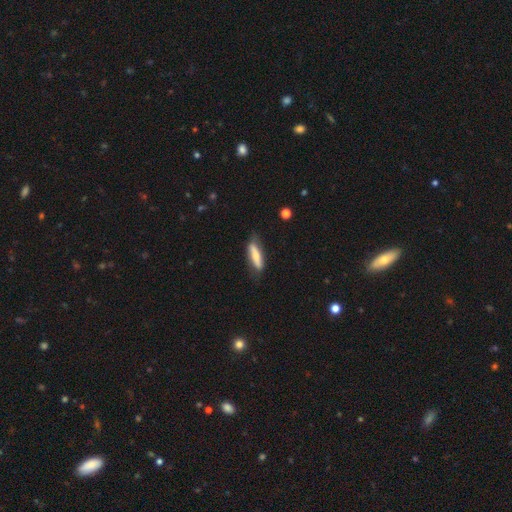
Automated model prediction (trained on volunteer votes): This is possibly a smooth galaxy (59%). How rounded: likely cigar-shaped (63%). Merging: likely none (68%).